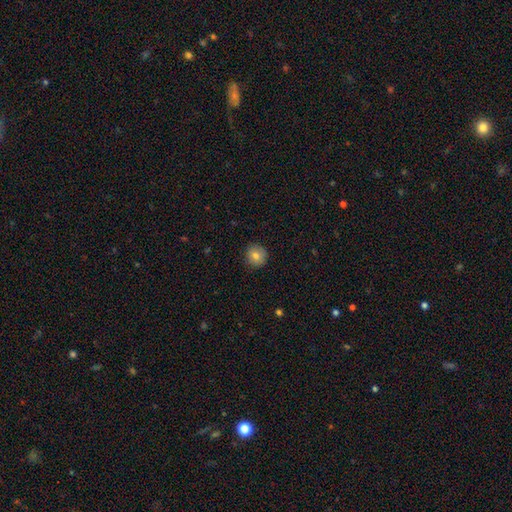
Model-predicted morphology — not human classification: Smooth or featured?
  - smooth: 79% *
  - featured or disk: 11%
  - star or artifact: 10%
How rounded?
  - round: 92% *
  - in between: 7%
  - cigar-shaped: 1%
Merging?
  - none: 89% *
  - minor disturbance: 8%
  - major disturbance: 2%
  - merger: 1%